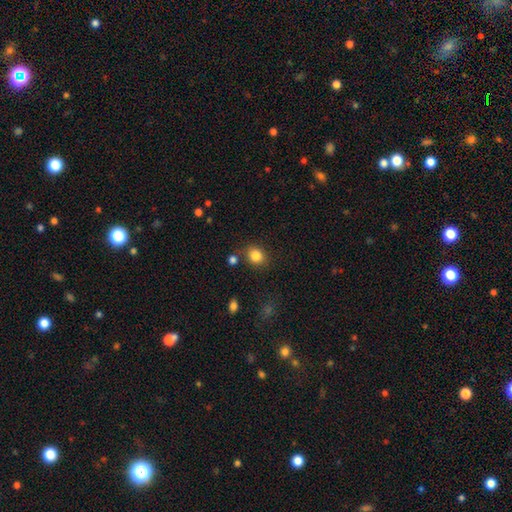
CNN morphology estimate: Overall: smooth (84%). How rounded: round (67%; in between 32%). Merging: none (80%).